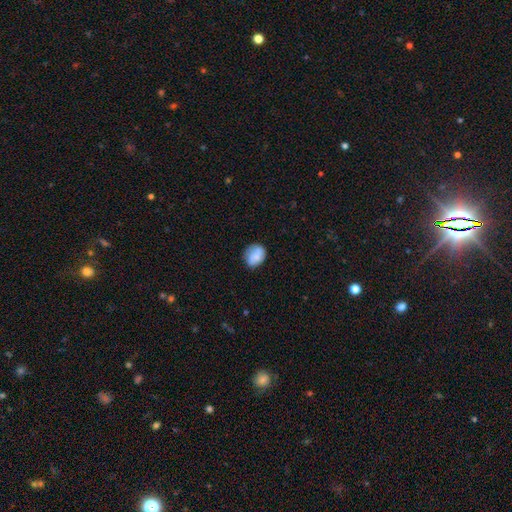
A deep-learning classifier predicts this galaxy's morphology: Smooth or featured: smooth — 78% (featured or disk — 14%)
How rounded: round — 54% (in between — 45%)
Merging: none — 62% (minor disturbance — 25%)